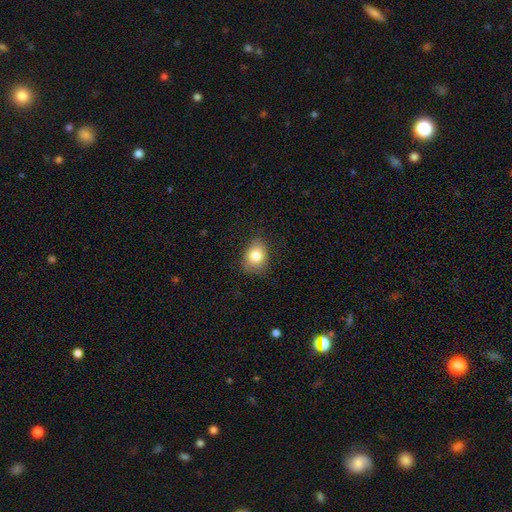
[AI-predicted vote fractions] A smooth galaxy with no disk features (80%) that is in between round and cigar-shaped (58%).

Vote fractions:
- Smooth or featured? smooth: 80% / featured or disk: 10% / star or artifact: 10%
- How rounded? in between: 58% / round: 41% / cigar-shaped: 1%
- Merging? none: 73% / minor disturbance: 21% / major disturbance: 5% / merger: 1%